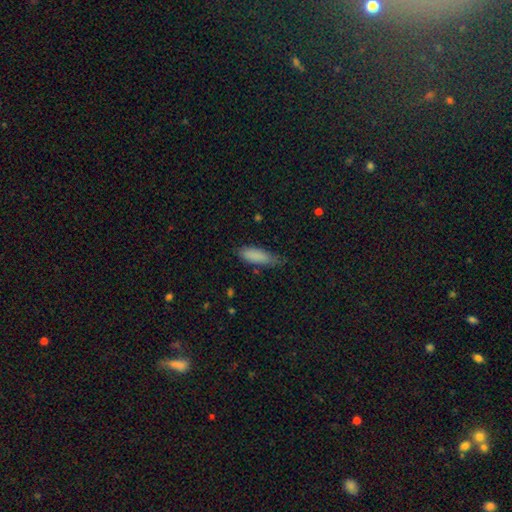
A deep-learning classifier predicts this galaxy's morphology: The model was most divided on "how rounded": in between: 53%, cigar-shaped: 45%, round: 2%. More confident: smooth or featured — smooth (86%); merging — none (60%).